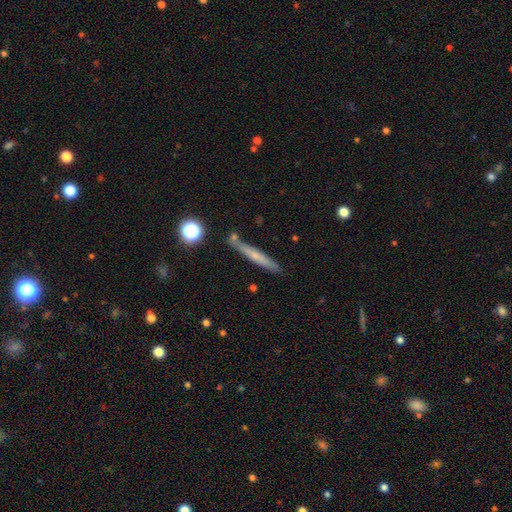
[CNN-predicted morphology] A smooth galaxy with no disk features (53%) that is cigar-shaped (94%).

Vote fractions:
- Smooth or featured? smooth: 53% / featured or disk: 38% / star or artifact: 9%
- How rounded? cigar-shaped: 94% / in between: 4% / round: 2%
- Merging? none: 80% / minor disturbance: 12% / merger: 6% / major disturbance: 3%